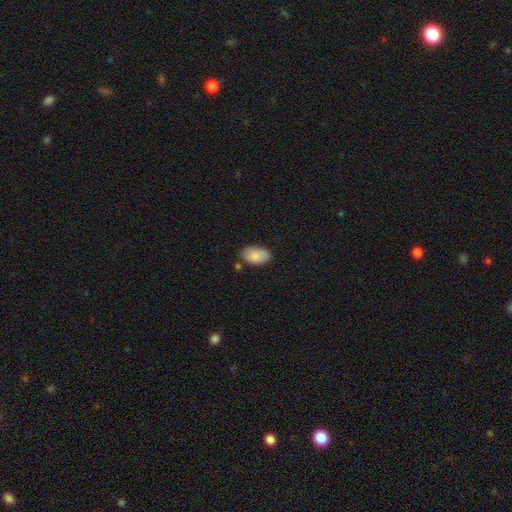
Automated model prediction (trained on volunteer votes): The model was most divided on "merging": none: 74%, minor disturbance: 18%, merger: 5%, major disturbance: 3%. More confident: how rounded — in between (94%); smooth or featured — smooth (83%).